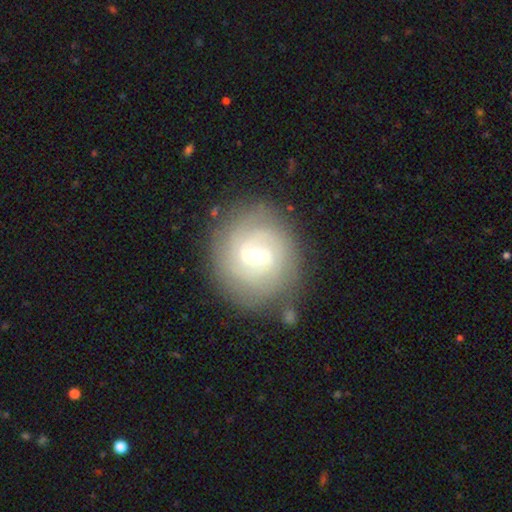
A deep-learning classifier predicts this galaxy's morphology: A featured or disk galaxy (79%) with a weak bar (59%), 2 (34%, tied with can't tell) tight (68%) spiral arms (90%) and a moderate central bulge (62%).

Vote fractions:
- Smooth or featured? featured or disk: 79% / smooth: 15% / star or artifact: 6%
- Edge-on disk? no: 97% / yes: 3%
- Bar? weak: 59% / strong: 25% / no: 16%
- Spiral arms? yes: 90% / no: 10%
- Spiral winding? tight: 68% / medium: 24% / loose: 8%
- Spiral arm count? 2: 34% (tied) / can't tell: 34% (tied) / 3: 16% / 4: 8% / 1: 4% / more than 4: 4%
- Bulge size? moderate: 62% / small: 32% / large: 4% / dominant: 1% / none: 1%
- Merging? none: 81% / minor disturbance: 12% / major disturbance: 5% / merger: 2%